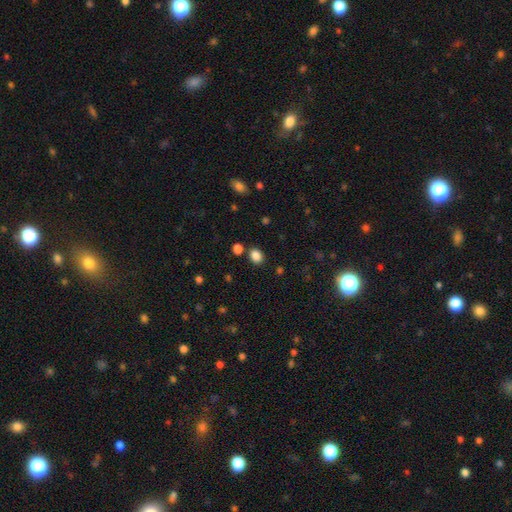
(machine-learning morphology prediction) Smooth or featured? Predicted: smooth (p=0.85). How rounded? Predicted: in between (p=0.52). Merging? Predicted: none (p=0.82).